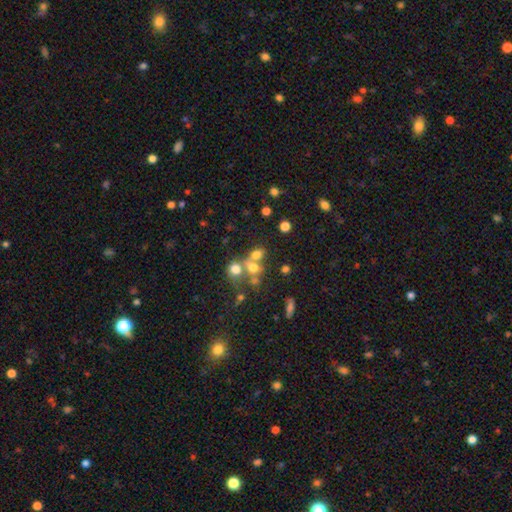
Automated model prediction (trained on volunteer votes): This appears to be a smooth galaxy with no disk features (57%) that is round (68%). Merging: merger (48%).